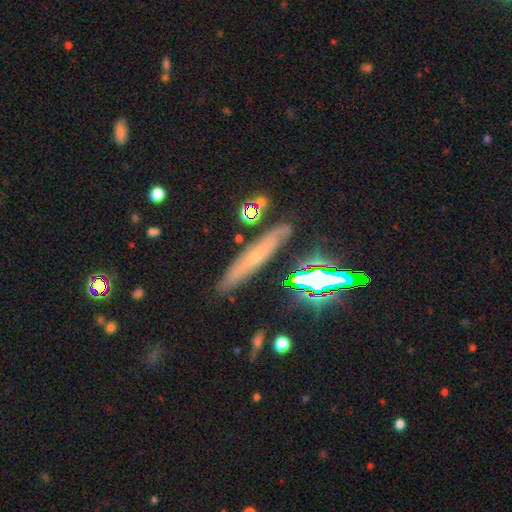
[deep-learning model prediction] featured or disk 43%, smooth 38%, star or artifact 19%. Down the decision tree: merging — none (83%).